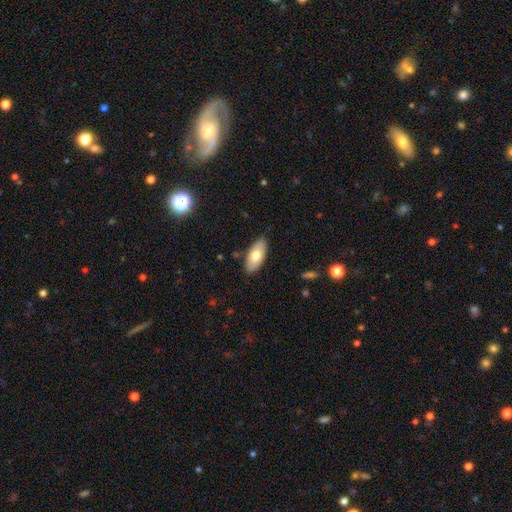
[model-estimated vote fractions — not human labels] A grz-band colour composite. It shows a smooth galaxy with no disk features (70%) that is in between round and cigar-shaped (91%). Merging: none (84%).